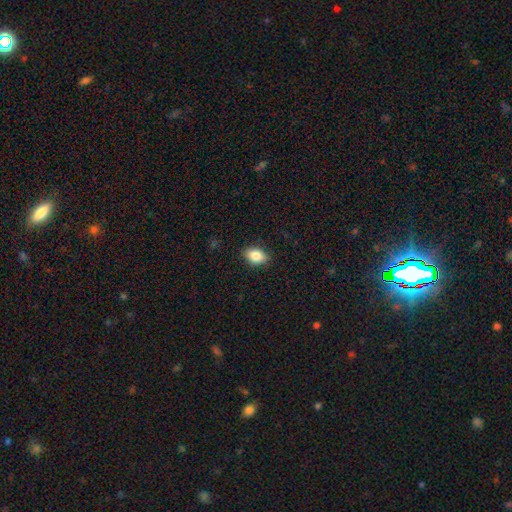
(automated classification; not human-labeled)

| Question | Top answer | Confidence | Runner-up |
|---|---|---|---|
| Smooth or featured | smooth | 84% | star or artifact (8%) |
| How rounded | in between | 81% | round (17%) |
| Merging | none | 87% | minor disturbance (10%) |